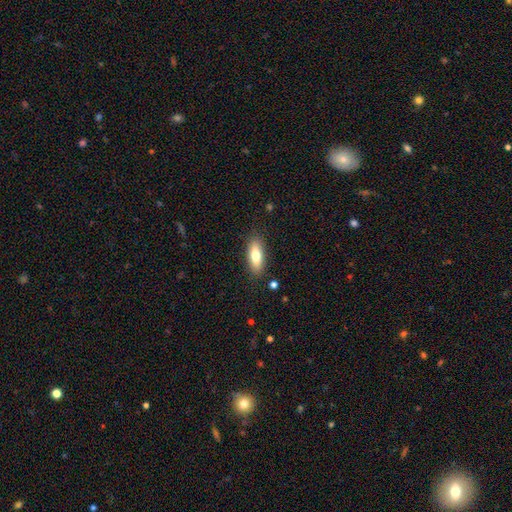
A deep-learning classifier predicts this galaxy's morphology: smooth 75%, featured or disk 18%, star or artifact 7%. Down the decision tree: how rounded — in between (71%); merging — none (86%).